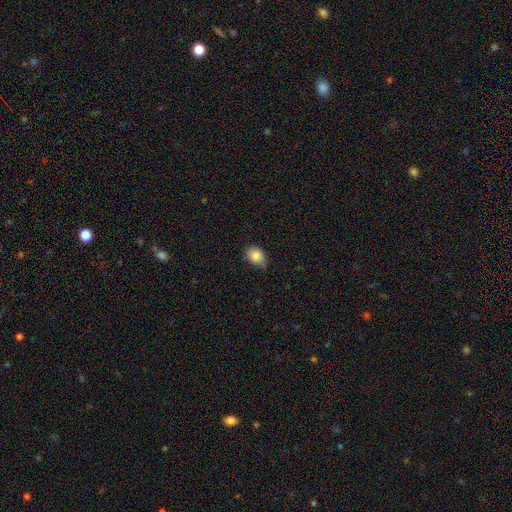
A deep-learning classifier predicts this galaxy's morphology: This appears to be a smooth galaxy with no disk features (84%) that is in between round and cigar-shaped (65%). Merging: none (60%).